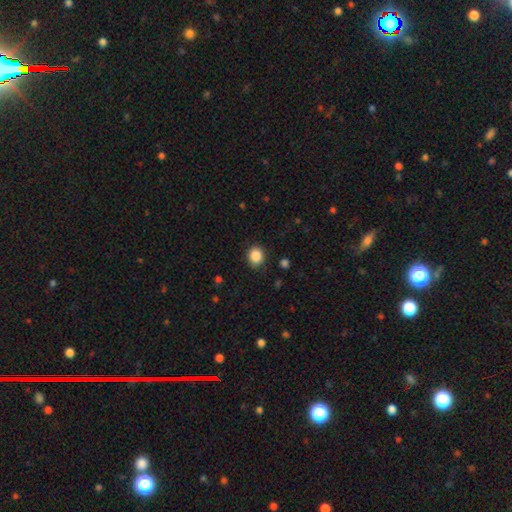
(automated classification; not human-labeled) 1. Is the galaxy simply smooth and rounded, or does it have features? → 88% smooth, 9% star or artifact, 3% featured or disk.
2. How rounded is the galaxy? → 75% round, 25% in between, 1% cigar-shaped.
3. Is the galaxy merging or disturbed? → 87% none, 9% minor disturbance, 3% major disturbance, 1% merger.